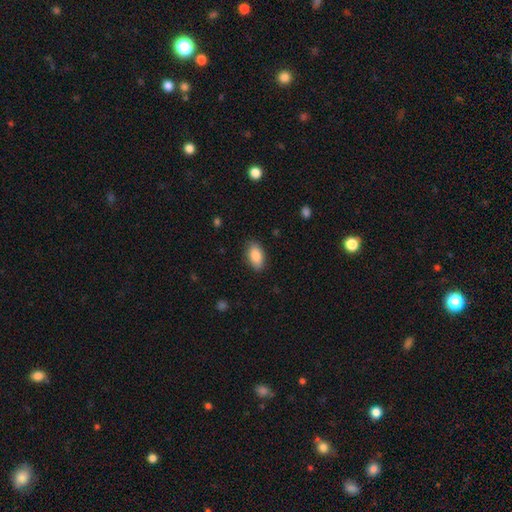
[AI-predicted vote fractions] The model was most divided on "merging": none: 86%, minor disturbance: 11%, major disturbance: 3%, merger: 1%. More confident: how rounded — in between (92%); smooth or featured — smooth (87%).